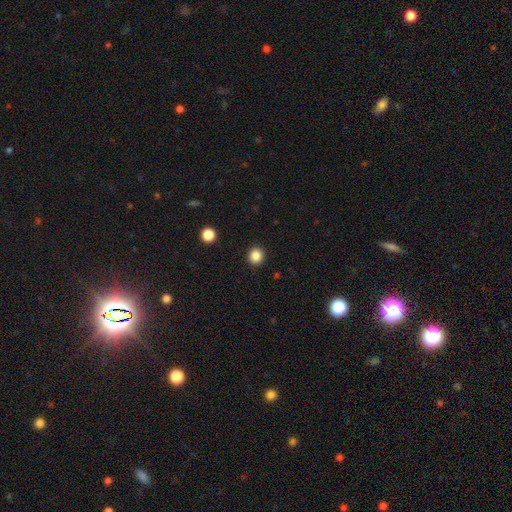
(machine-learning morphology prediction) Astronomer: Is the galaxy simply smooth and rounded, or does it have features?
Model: smooth — 86%.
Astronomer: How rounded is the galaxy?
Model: round — 89%.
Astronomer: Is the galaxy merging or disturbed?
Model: none — 92%.